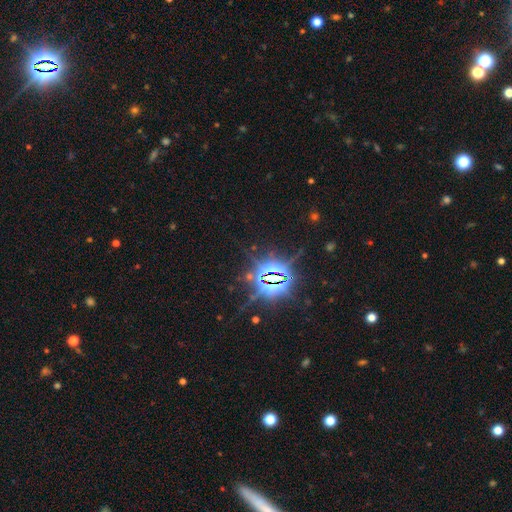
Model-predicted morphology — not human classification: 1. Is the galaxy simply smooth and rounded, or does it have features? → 82% star or artifact, 11% smooth, 8% featured or disk.